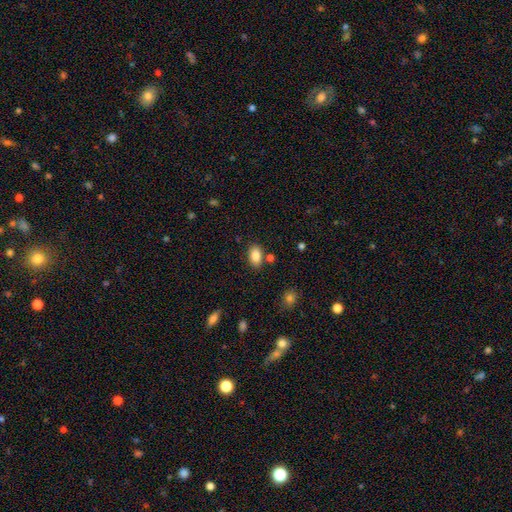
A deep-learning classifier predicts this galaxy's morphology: A smooth galaxy with no disk features (86%) that is in between round and cigar-shaped (90%). Merging: none (80%).